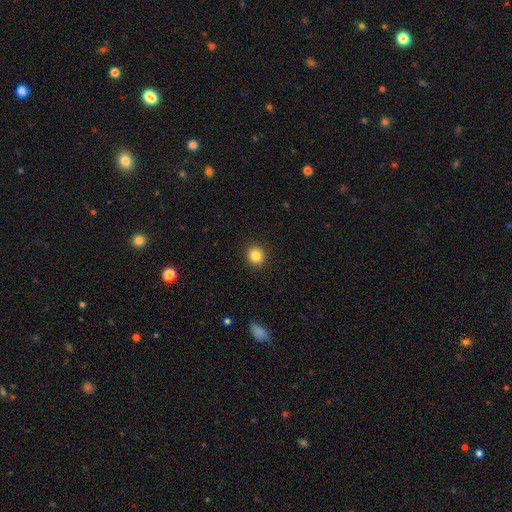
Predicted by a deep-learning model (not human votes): Smooth or featured? smooth (84%)
How rounded? round (90%)
Merging? none (92%)